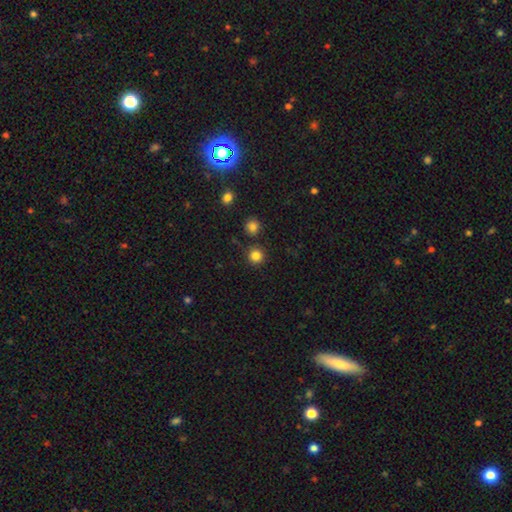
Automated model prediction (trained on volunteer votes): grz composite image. It shows a smooth galaxy with no disk features (83%) that is round (94%). Merging: none (85%).